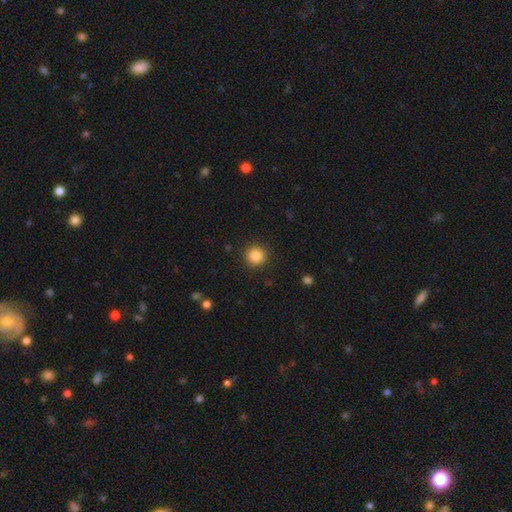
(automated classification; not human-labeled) smooth 86%, star or artifact 10%, featured or disk 4%. Down the decision tree: how rounded — round (94%); merging — none (91%).